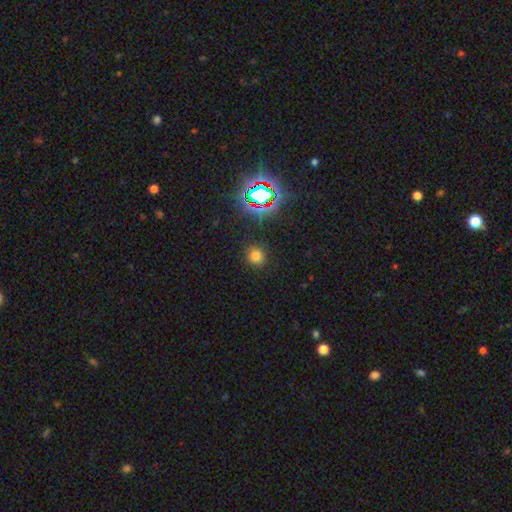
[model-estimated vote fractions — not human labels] The model was most divided on "smooth or featured": smooth: 71%, star or artifact: 23%, featured or disk: 6%. More confident: merging — none (87%); how rounded — round (84%).